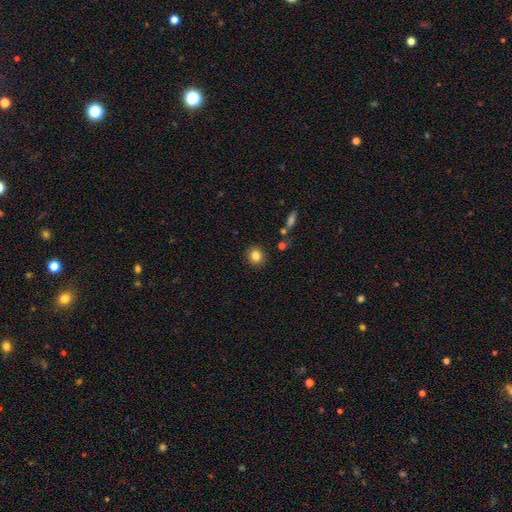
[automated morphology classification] A smooth galaxy with no disk features (83%) that is round (85%).

Vote fractions:
- Smooth or featured? smooth: 83% / star or artifact: 11% / featured or disk: 6%
- How rounded? round: 85% / in between: 14% / cigar-shaped: 1%
- Merging? none: 89% / minor disturbance: 7% / merger: 2% / major disturbance: 2%